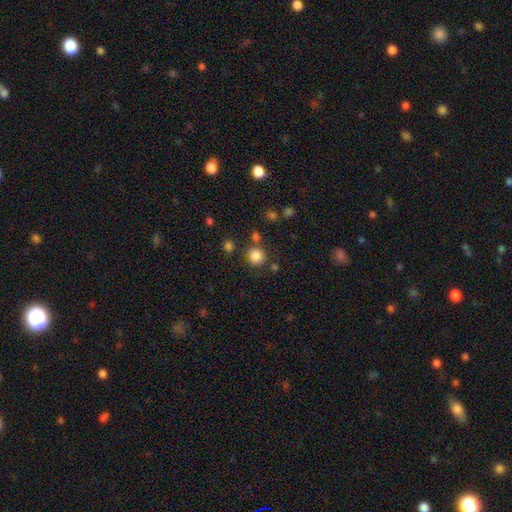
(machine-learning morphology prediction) smooth_or_featured: smooth (p=0.84) [alt: star or artifact p=0.11]
how_rounded: round (p=0.91) [alt: in between p=0.08]
merging: none (p=0.80) [alt: minor disturbance p=0.09]